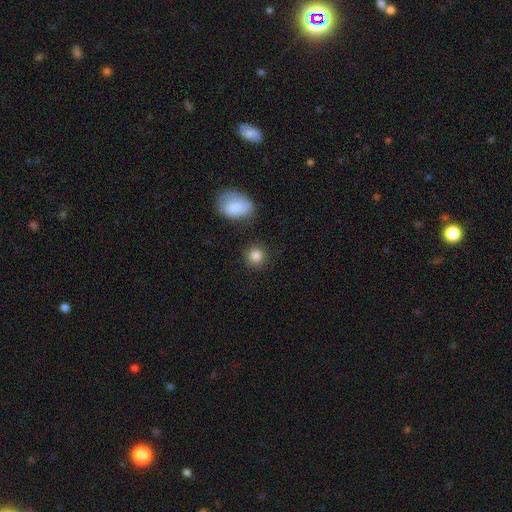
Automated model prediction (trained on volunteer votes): Smooth or featured?
  - smooth: 86% *
  - star or artifact: 9%
  - featured or disk: 5%
How rounded?
  - round: 88% *
  - in between: 11%
  - cigar-shaped: 1%
Merging?
  - none: 84% *
  - minor disturbance: 9%
  - merger: 4%
  - major disturbance: 3%